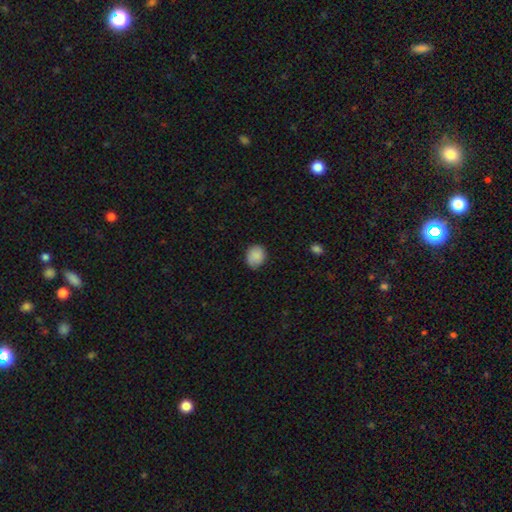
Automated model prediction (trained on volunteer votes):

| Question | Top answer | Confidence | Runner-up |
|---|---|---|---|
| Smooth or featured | smooth | 88% | star or artifact (8%) |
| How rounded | round | 63% | in between (36%) |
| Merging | none | 81% | minor disturbance (15%) |